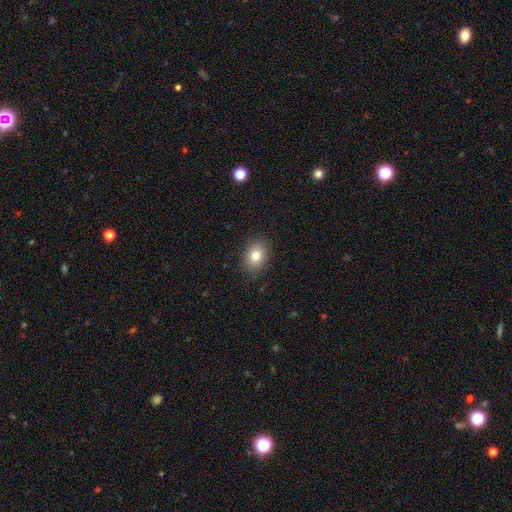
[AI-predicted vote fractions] smooth 79%, star or artifact 11%, featured or disk 10%. Down the decision tree: how rounded — in between (60%); merging — none (85%).